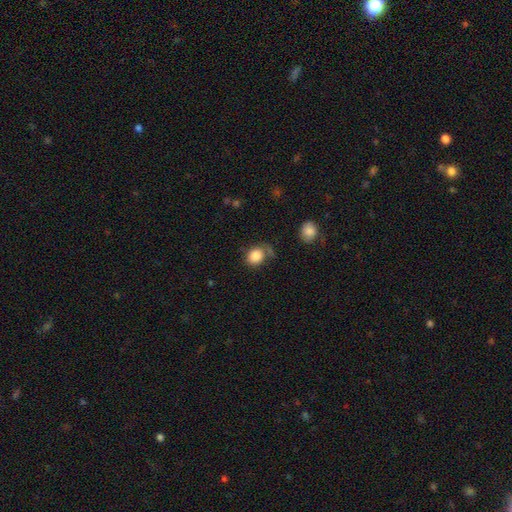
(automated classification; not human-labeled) A smooth galaxy with no disk features (85%) that is round (65%).

Vote fractions:
- Smooth or featured? smooth: 85% / star or artifact: 9% / featured or disk: 6%
- How rounded? round: 65% / in between: 34% / cigar-shaped: 1%
- Merging? none: 59% / minor disturbance: 22% / major disturbance: 12% / merger: 7%